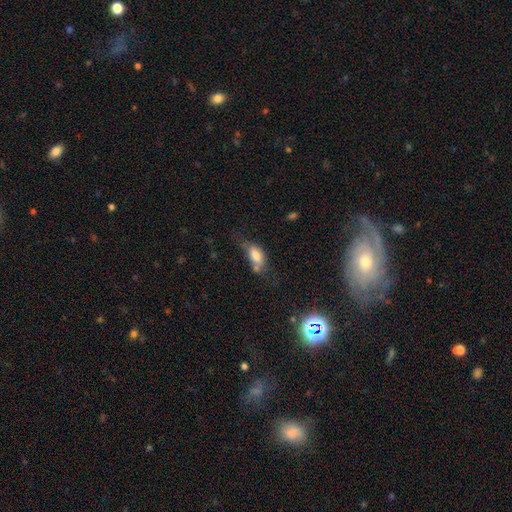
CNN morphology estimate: A smooth galaxy with no disk features (72%) that is in between round and cigar-shaped (85%). Merging: none (32%).